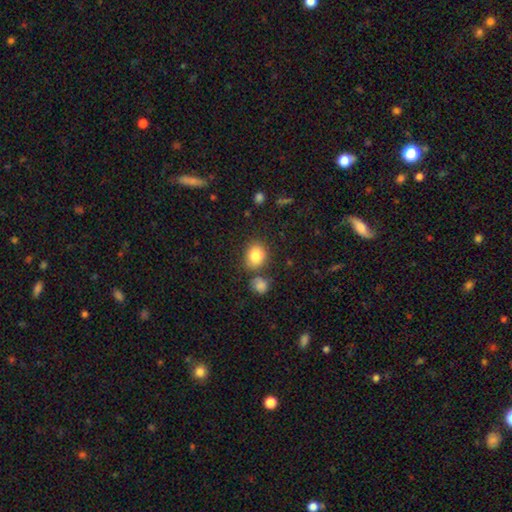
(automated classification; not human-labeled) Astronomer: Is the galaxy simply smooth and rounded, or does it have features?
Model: smooth — 85%.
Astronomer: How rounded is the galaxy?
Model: round — 61% (runner-up: in between, 38%).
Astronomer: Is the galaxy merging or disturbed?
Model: none — 71%.